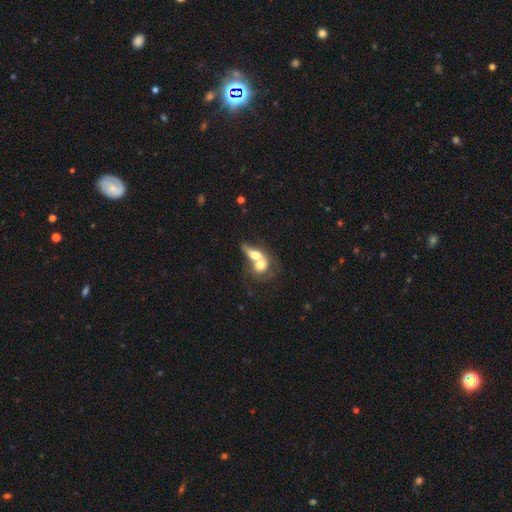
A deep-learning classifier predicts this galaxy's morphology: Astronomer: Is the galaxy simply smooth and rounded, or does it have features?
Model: smooth — 59%.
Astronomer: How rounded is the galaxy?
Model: in between — 58% (runner-up: round, 34%).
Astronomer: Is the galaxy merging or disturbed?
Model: merger — 78%.